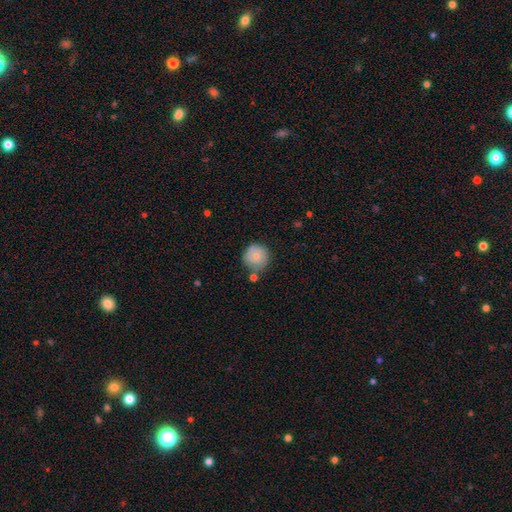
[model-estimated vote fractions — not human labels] Morphology: type=smooth (70%); roundness=round (93%); merging=none (71%).